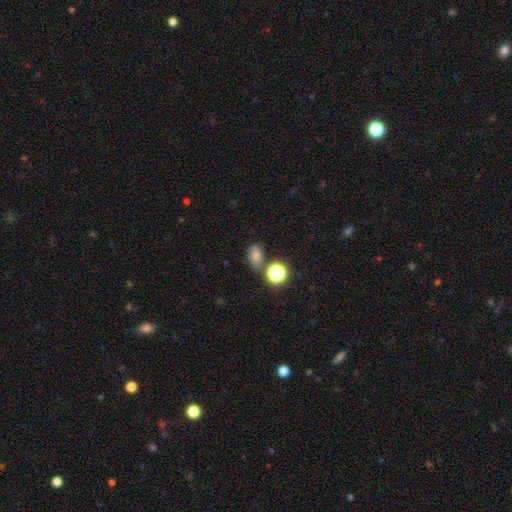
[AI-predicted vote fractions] Smooth or featured: smooth — 72% (star or artifact — 19%)
How rounded: in between — 75% (round — 24%)
Merging: none — 66% (minor disturbance — 16%)